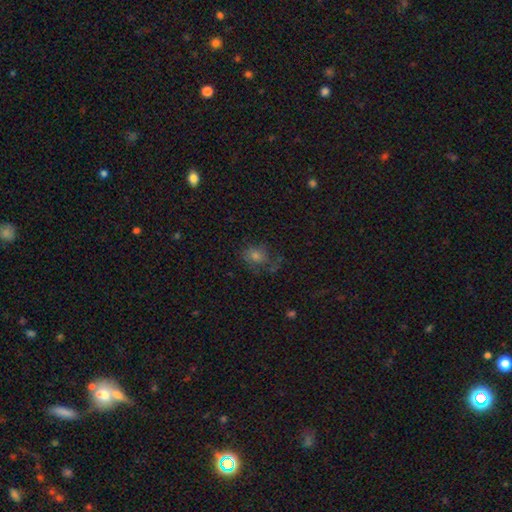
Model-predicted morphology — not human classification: Overall: smooth (54%; featured or disk 24%). How rounded: in between (50%; round 49%). Merging: none (55%; minor disturbance 23%).